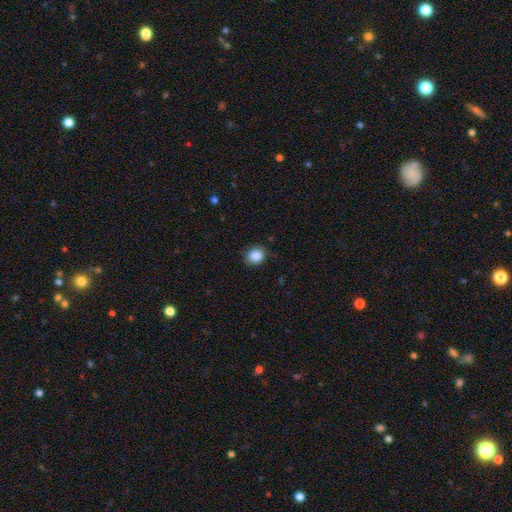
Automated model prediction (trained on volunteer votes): A smooth galaxy with no disk features (87%) that is round (70%).

Vote fractions:
- Smooth or featured? smooth: 87% / star or artifact: 9% / featured or disk: 3%
- How rounded? round: 70% / in between: 29% / cigar-shaped: 1%
- Merging? none: 84% / minor disturbance: 12% / major disturbance: 3% / merger: 1%